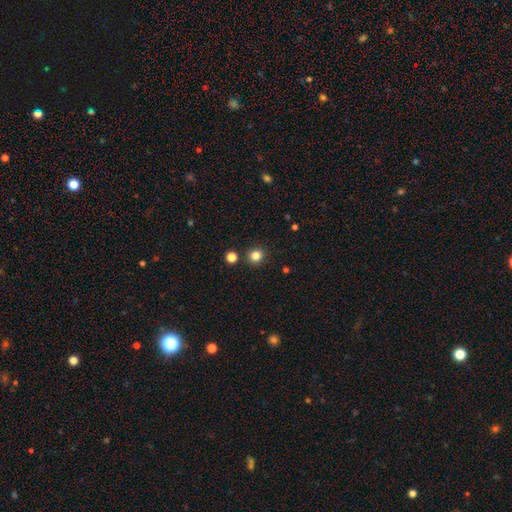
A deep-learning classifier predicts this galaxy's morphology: Smooth or featured? Predicted: smooth (p=0.82). How rounded? Predicted: round (p=0.91). Merging? Predicted: none (p=0.89).